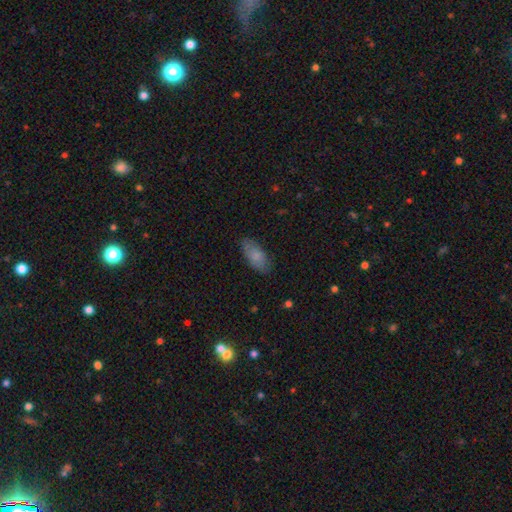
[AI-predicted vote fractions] Smooth or featured: smooth — 82% (featured or disk — 12%)
How rounded: in between — 87% (cigar-shaped — 10%)
Merging: none — 80% (minor disturbance — 15%)